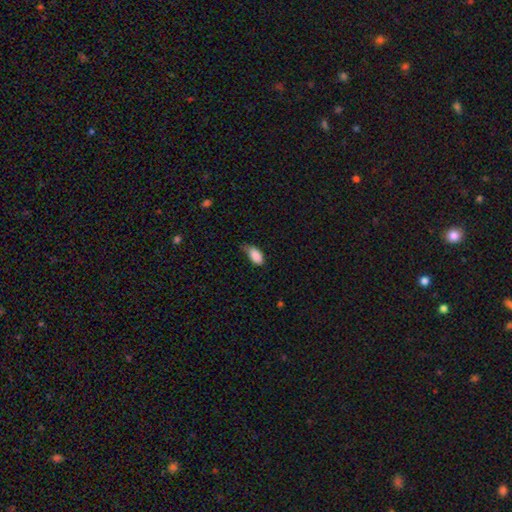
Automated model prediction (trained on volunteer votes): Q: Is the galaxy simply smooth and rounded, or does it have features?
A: smooth — 87%.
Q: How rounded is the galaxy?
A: in between — 93%.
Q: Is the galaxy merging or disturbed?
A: minor disturbance — 44%.